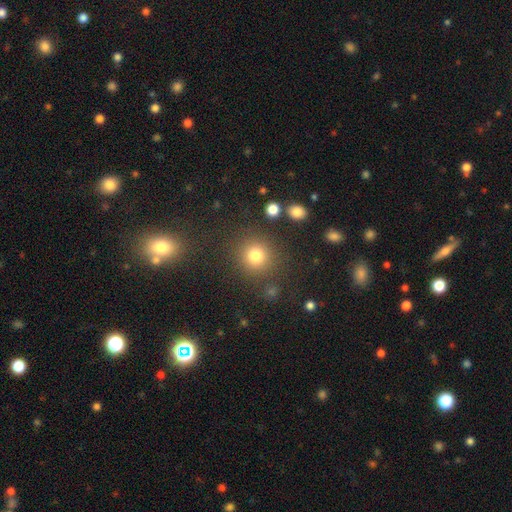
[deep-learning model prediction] Smooth or featured? Predicted: smooth (p=0.81). How rounded? Predicted: round (p=0.91). Merging? Predicted: none (p=0.83).